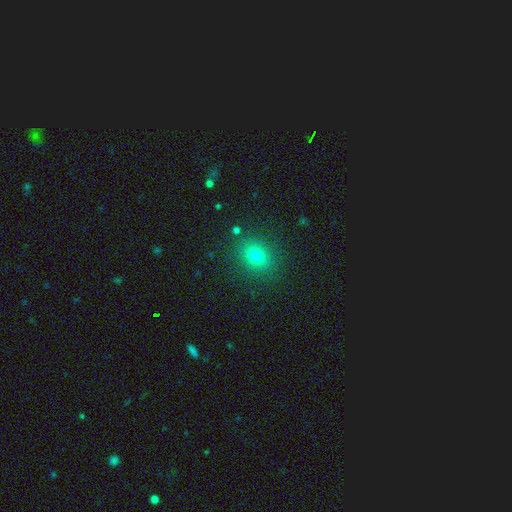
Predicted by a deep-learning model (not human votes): smooth 77%, star or artifact 15%, featured or disk 8%. Down the decision tree: how rounded — round (55%); merging — none (86%).